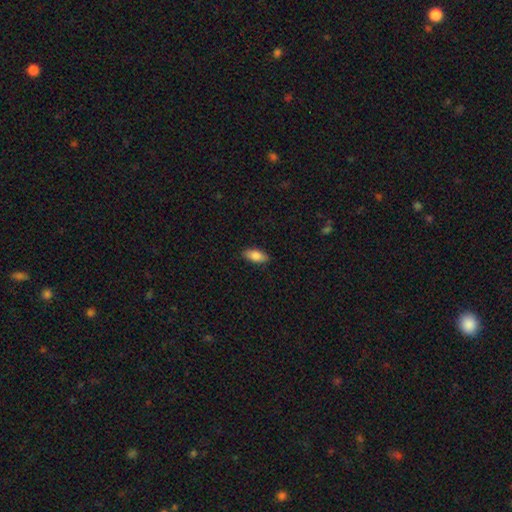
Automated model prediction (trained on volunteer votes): Smooth or featured? Predicted: smooth (p=0.82). How rounded? Predicted: in between (p=0.87). Merging? Predicted: none (p=0.88).